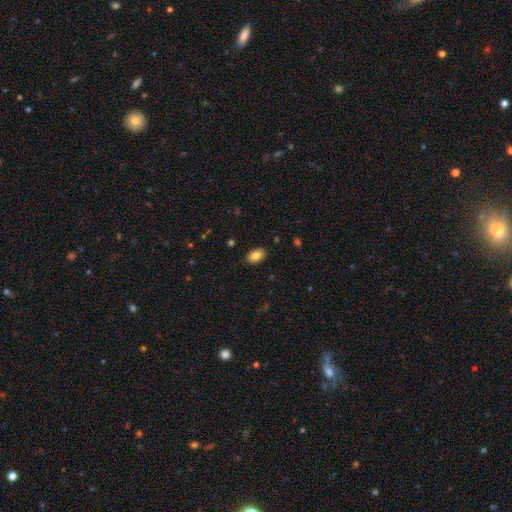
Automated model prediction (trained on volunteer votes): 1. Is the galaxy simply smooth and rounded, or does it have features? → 85% smooth, 8% star or artifact, 7% featured or disk.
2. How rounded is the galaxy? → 91% in between, 7% round, 1% cigar-shaped.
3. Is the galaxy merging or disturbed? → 88% none, 9% minor disturbance, 2% major disturbance, 1% merger.